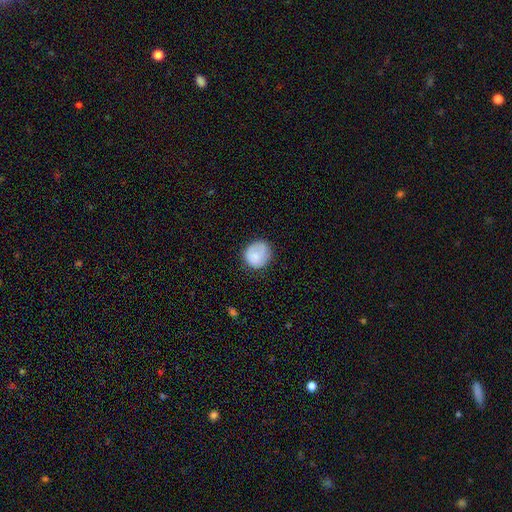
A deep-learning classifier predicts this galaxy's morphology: Q: Smooth or featured?
A: smooth (80%); runner-up: featured or disk (12%)
Q: How rounded?
A: round (84%); runner-up: in between (15%)
Q: Merging?
A: none (73%); runner-up: minor disturbance (20%)